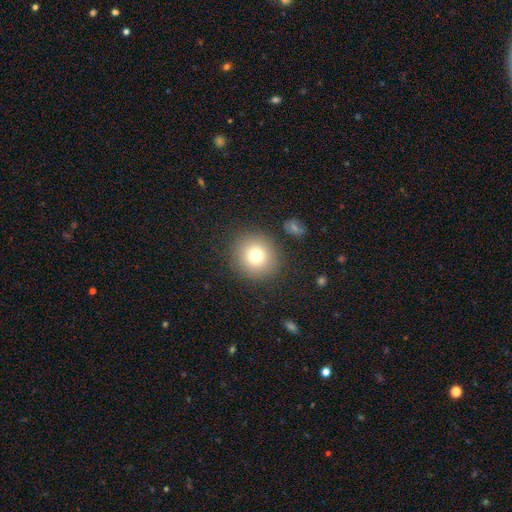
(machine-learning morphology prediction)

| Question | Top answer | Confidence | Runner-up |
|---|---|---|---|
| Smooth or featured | smooth | 75% | star or artifact (13%) |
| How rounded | round | 90% | in between (9%) |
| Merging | none | 87% | minor disturbance (7%) |